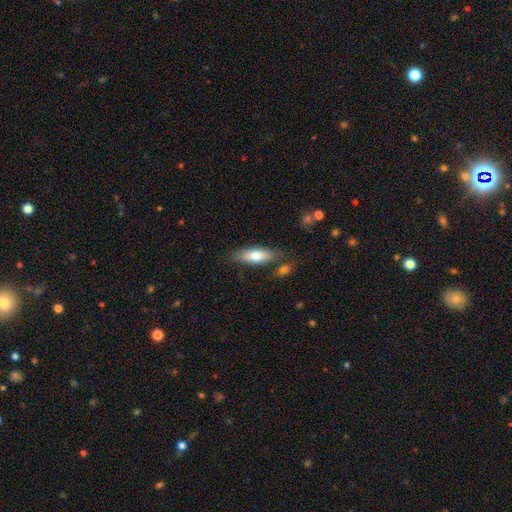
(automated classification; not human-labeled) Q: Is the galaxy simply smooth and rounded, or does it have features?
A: smooth — 71%.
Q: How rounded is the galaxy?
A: in between — 59%.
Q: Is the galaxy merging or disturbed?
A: none — 74%.